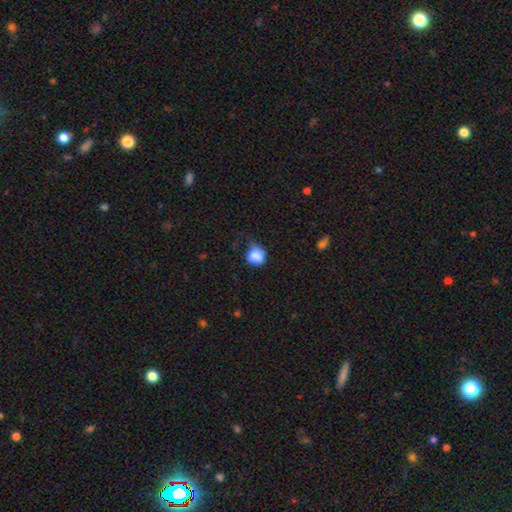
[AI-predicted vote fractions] Smooth or featured? Predicted: smooth (p=0.84). How rounded? Predicted: round (p=0.74). Merging? Predicted: none (p=0.42).